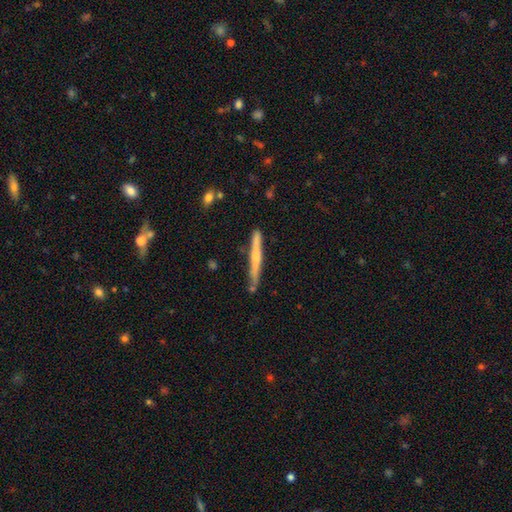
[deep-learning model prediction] A featured or disk galaxy (50%) viewed edge-on (97%). Merging: none (83%).